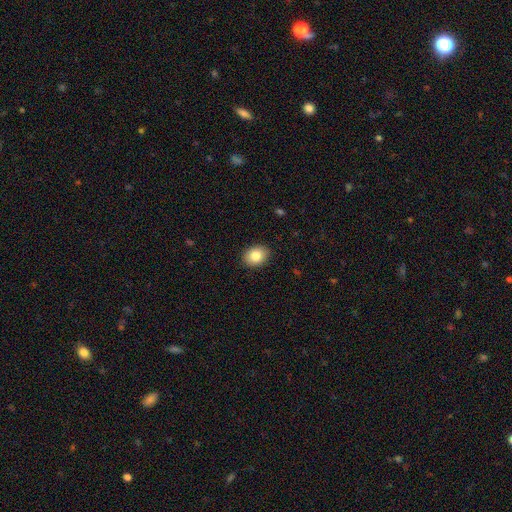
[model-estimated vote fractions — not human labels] A smooth galaxy with no disk features (85%) that is in between round and cigar-shaped (58%).

Vote fractions:
- Smooth or featured? smooth: 85% / star or artifact: 8% / featured or disk: 7%
- How rounded? in between: 58% / round: 41% / cigar-shaped: 1%
- Merging? none: 89% / minor disturbance: 8% / major disturbance: 2% / merger: 1%